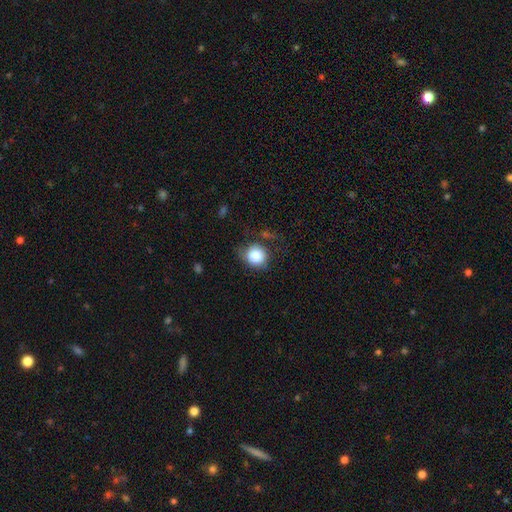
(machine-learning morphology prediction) Smooth or featured? Predicted: smooth (p=0.84). How rounded? Predicted: round (p=0.85). Merging? Predicted: none (p=0.60).